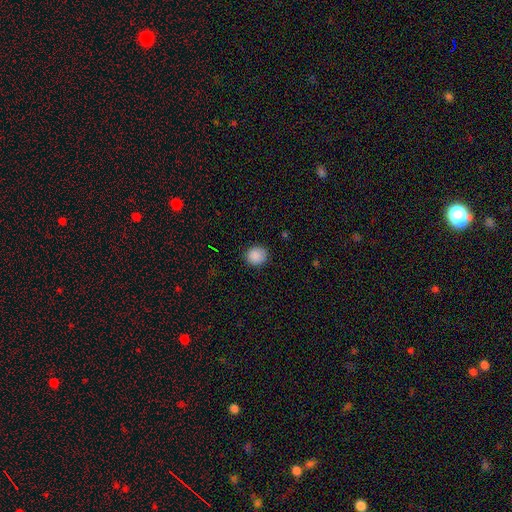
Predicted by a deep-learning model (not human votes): Smooth or featured? smooth (89%)
How rounded? round (85%)
Merging? none (88%)